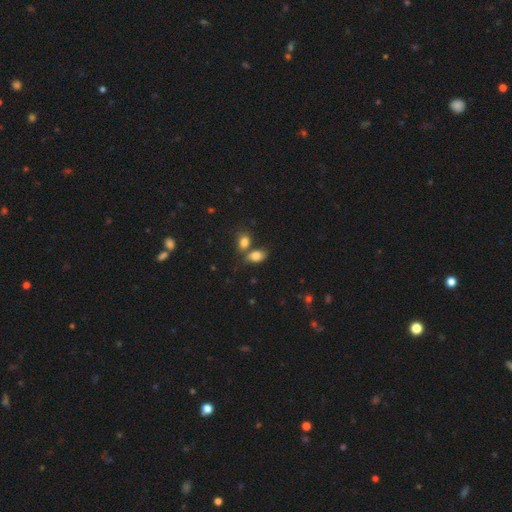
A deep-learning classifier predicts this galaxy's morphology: Smooth or featured? smooth (83%)
How rounded? in between (87%)
Merging? none (49%)